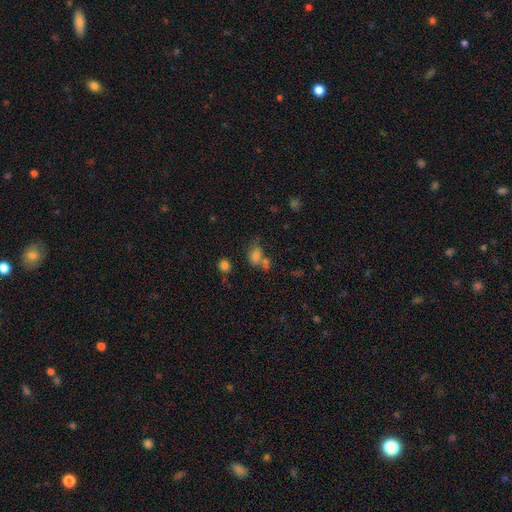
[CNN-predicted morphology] smooth_or_featured: smooth (p=0.71) [alt: star or artifact p=0.17]
how_rounded: in between (p=0.69) [alt: round p=0.29]
merging: none (p=0.38) [alt: merger p=0.35]